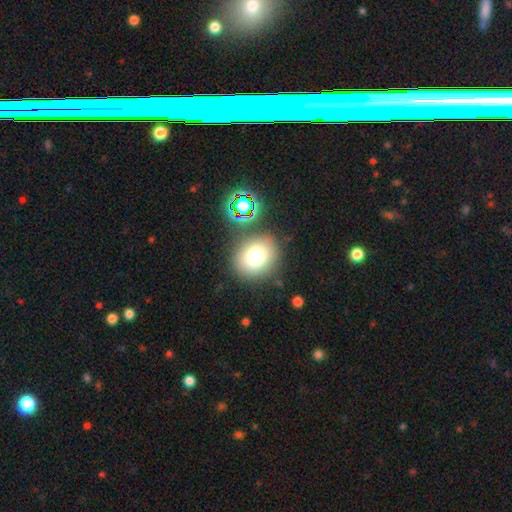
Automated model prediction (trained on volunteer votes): Smooth or featured?
  - smooth: 75% *
  - star or artifact: 15%
  - featured or disk: 10%
How rounded?
  - round: 79% *
  - in between: 20%
  - cigar-shaped: 1%
Merging?
  - none: 79% *
  - minor disturbance: 10%
  - merger: 7%
  - major disturbance: 4%